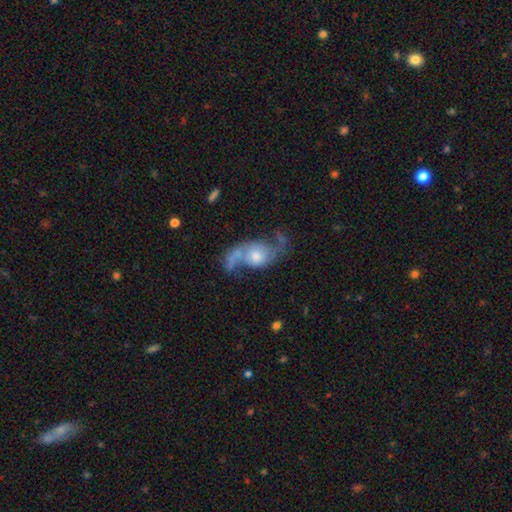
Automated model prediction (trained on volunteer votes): Smooth or featured? featured or disk (78%)
Edge-on disk? no (96%)
Bar? no (66%)
Spiral arms? yes (90%)
Spiral winding? loose (79%)
Spiral arm count? 2 (90%)
Bulge size? moderate (48%)
Merging? none (46%)